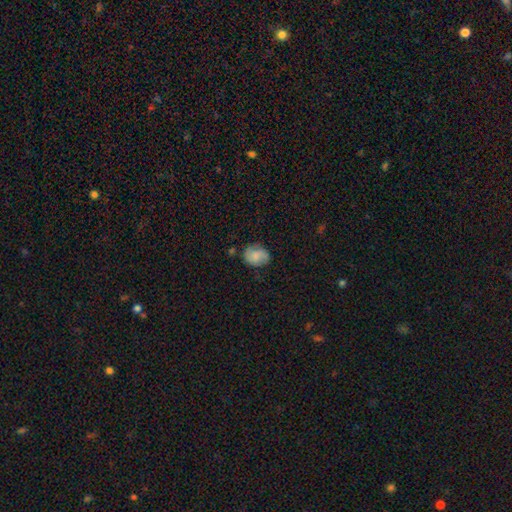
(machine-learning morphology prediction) A smooth galaxy with no disk features (67%) that is in between round and cigar-shaped (54%).

Vote fractions:
- Smooth or featured? smooth: 67% / featured or disk: 25% / star or artifact: 8%
- How rounded? in between: 54% / round: 45% / cigar-shaped: 1%
- Merging? none: 65% / minor disturbance: 26% / major disturbance: 7% / merger: 3%